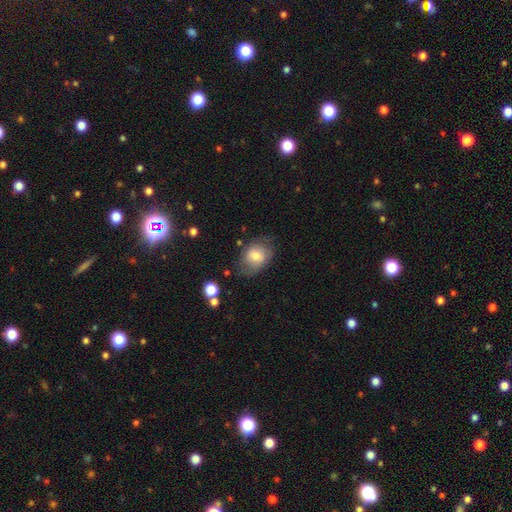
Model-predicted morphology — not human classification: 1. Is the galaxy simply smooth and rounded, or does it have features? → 68% smooth, 24% featured or disk, 8% star or artifact.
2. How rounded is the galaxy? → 67% in between, 32% round, 1% cigar-shaped.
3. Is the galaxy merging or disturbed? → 58% none, 27% minor disturbance, 12% major disturbance, 3% merger.